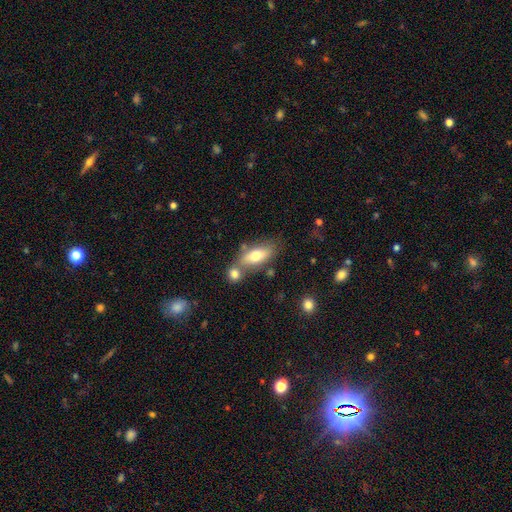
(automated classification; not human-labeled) smooth 70%, featured or disk 23%, star or artifact 7%. Down the decision tree: how rounded — in between (79%); merging — none (52%).